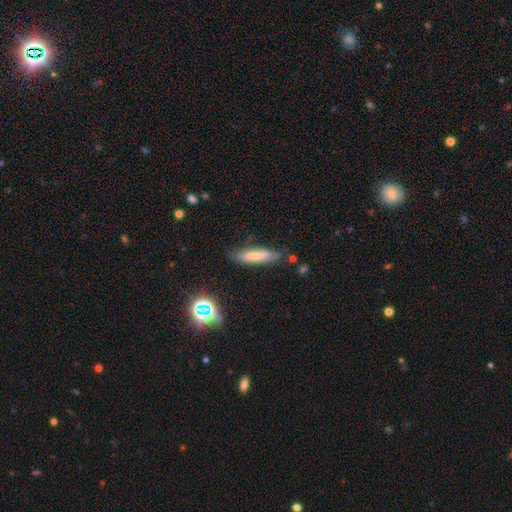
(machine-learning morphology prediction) This is possibly a smooth galaxy (49%). Merging: likely none (71%).